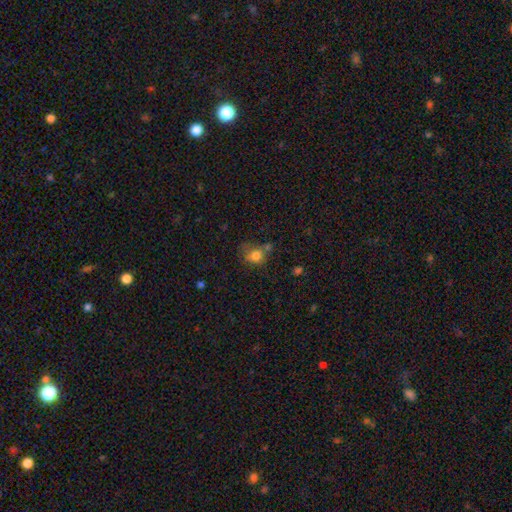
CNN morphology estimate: type=smooth (77%); roundness=round (61%); merging=none (44%).